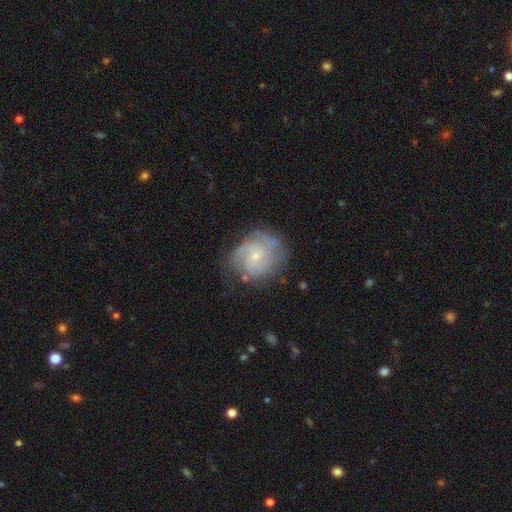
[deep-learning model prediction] Smooth or featured? featured or disk (71%)
Edge-on disk? no (98%)
Bar? no (64%)
Spiral arms? yes (90%)
Spiral winding? tight (45%)
Spiral arm count? can't tell (33%)
Bulge size? small (71%)
Merging? none (63%)